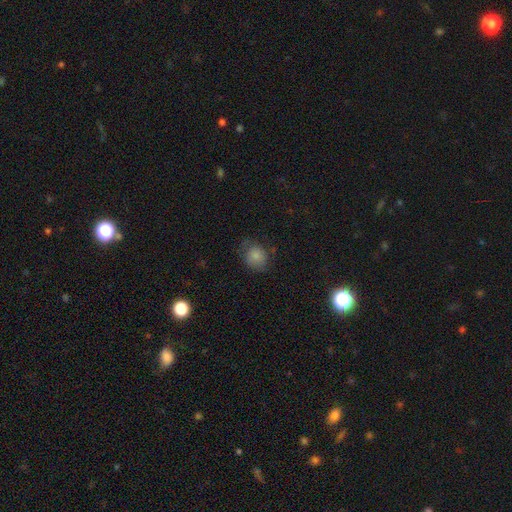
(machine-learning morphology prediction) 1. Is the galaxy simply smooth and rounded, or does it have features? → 81% smooth, 10% star or artifact, 9% featured or disk.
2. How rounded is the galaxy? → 70% round, 29% in between, 1% cigar-shaped.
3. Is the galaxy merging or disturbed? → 62% none, 26% minor disturbance, 10% major disturbance, 2% merger.